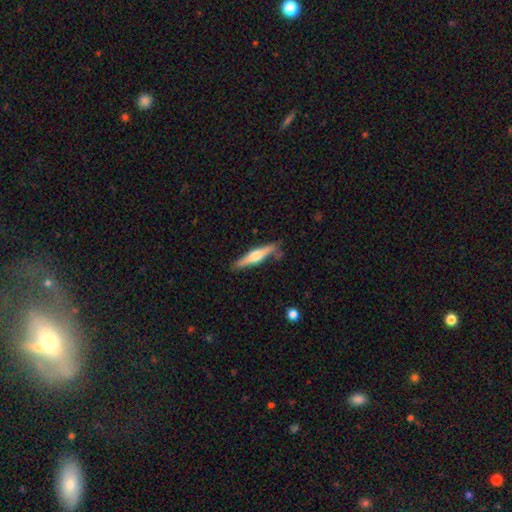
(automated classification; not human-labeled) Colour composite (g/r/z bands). It shows a featured or disk galaxy (57%) viewed edge-on (96%) with a rounded central bulge (87%). Merging: none (80%).